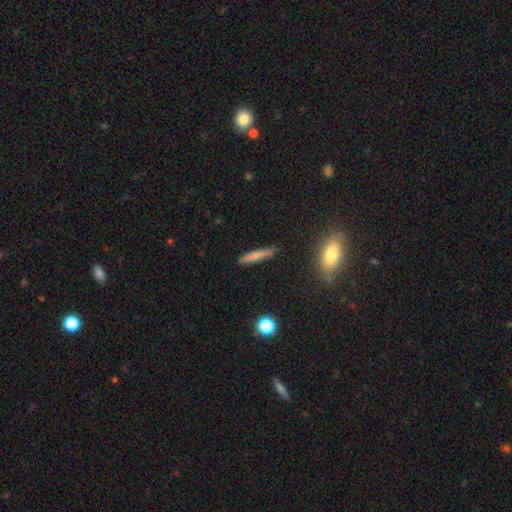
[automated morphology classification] A smooth galaxy with no disk features (72%) that is cigar-shaped (91%). Merging: none (87%).